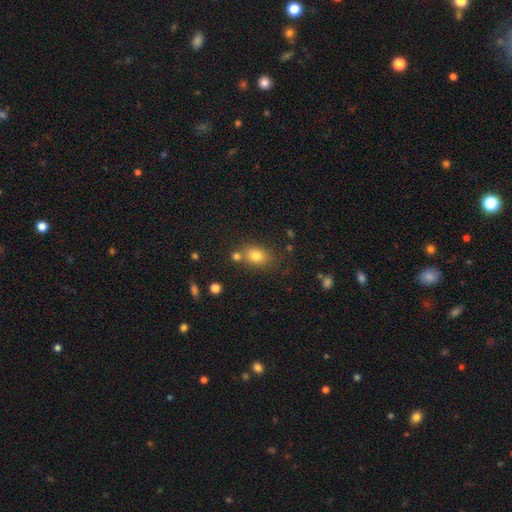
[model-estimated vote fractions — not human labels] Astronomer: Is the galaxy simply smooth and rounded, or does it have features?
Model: smooth — 79%.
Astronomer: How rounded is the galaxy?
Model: in between — 70%.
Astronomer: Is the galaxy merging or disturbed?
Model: none — 65%.